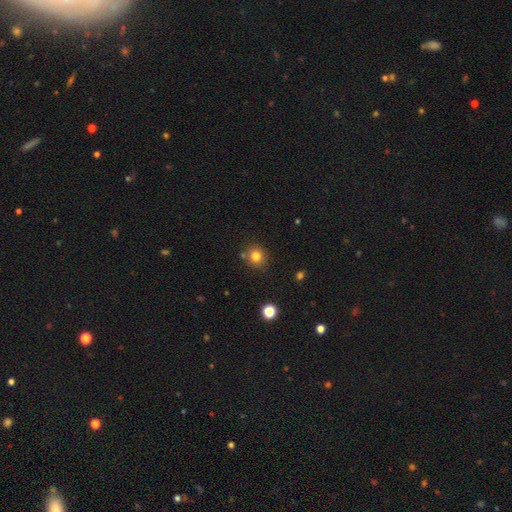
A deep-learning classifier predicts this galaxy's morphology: Q: Smooth or featured?
A: smooth (80%); runner-up: star or artifact (13%)
Q: How rounded?
A: round (88%); runner-up: in between (11%)
Q: Merging?
A: none (81%); runner-up: minor disturbance (9%)